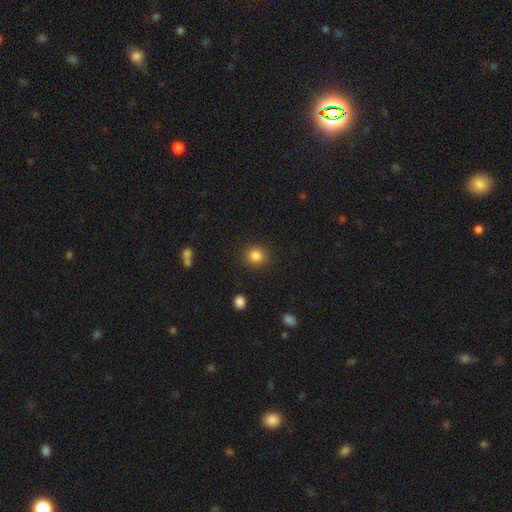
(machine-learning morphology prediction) smooth-or-featured: smooth: 84% | star or artifact: 11% | featured or disk: 5%
  how-rounded: round: 85% | in between: 14% | cigar-shaped: 1%
  merging: none: 90% | minor disturbance: 6% | major disturbance: 2% | merger: 1%